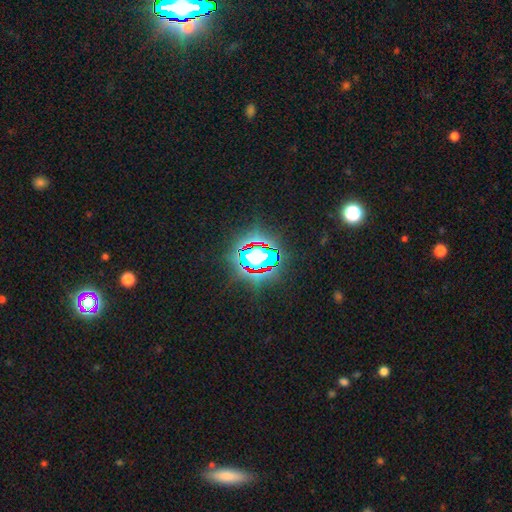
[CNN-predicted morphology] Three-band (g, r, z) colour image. It shows a star or artifact, not a galaxy (69%).